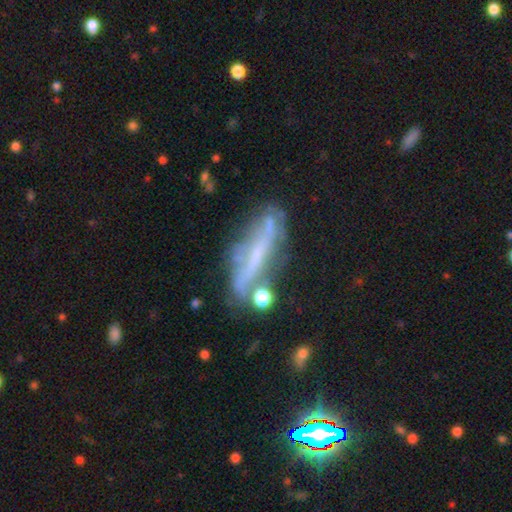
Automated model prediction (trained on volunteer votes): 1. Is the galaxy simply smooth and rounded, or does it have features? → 62% featured or disk, 26% smooth, 12% star or artifact.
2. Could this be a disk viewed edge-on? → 59% yes, 41% no.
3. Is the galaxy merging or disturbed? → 56% none, 23% minor disturbance, 12% major disturbance, 9% merger.